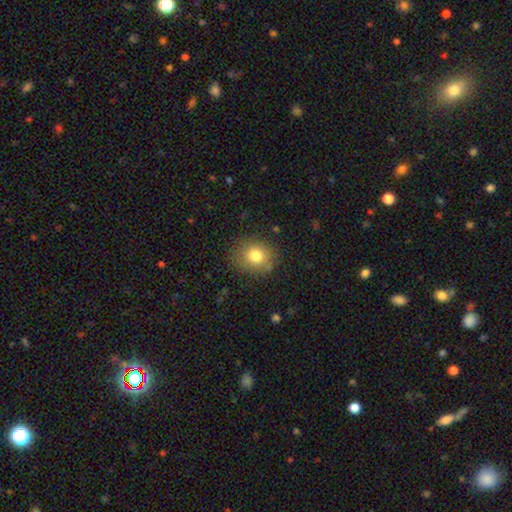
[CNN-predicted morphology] smooth 78%, star or artifact 12%, featured or disk 10%. Down the decision tree: how rounded — round (74%); merging — none (82%).